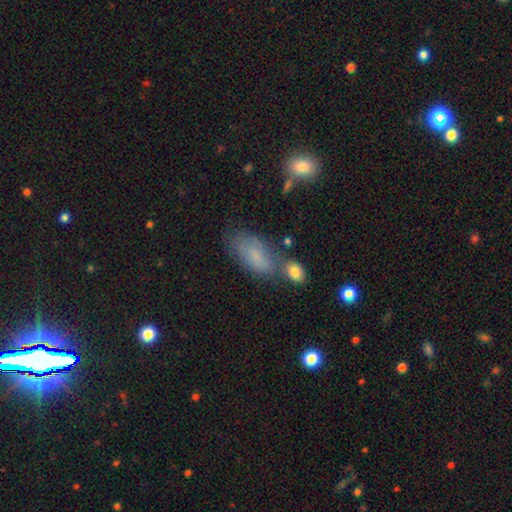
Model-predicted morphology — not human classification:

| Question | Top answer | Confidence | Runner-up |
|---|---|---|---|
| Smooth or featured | smooth | 74% | featured or disk (16%) |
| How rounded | in between | 90% | cigar-shaped (7%) |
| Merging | none | 54% | minor disturbance (23%) |